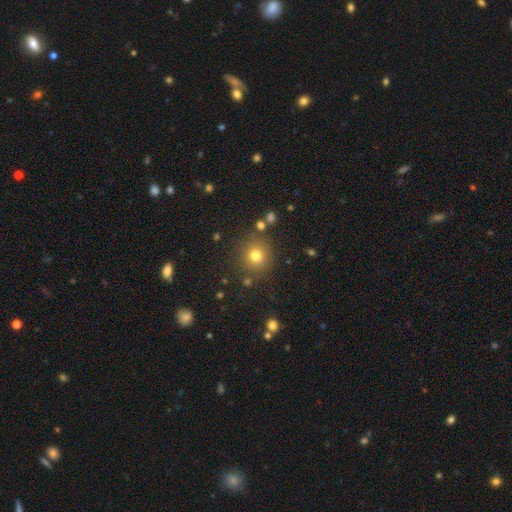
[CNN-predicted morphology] Overall: smooth (77%). How rounded: round (93%). Merging: none (84%).